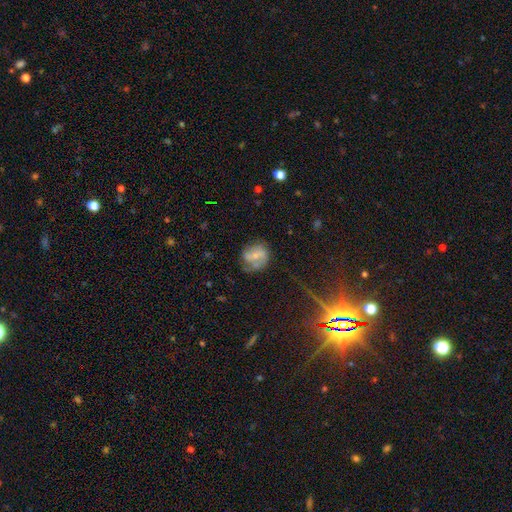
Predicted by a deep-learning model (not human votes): Smooth or featured? Predicted: featured or disk (p=0.47). Merging? Predicted: none (p=0.51).